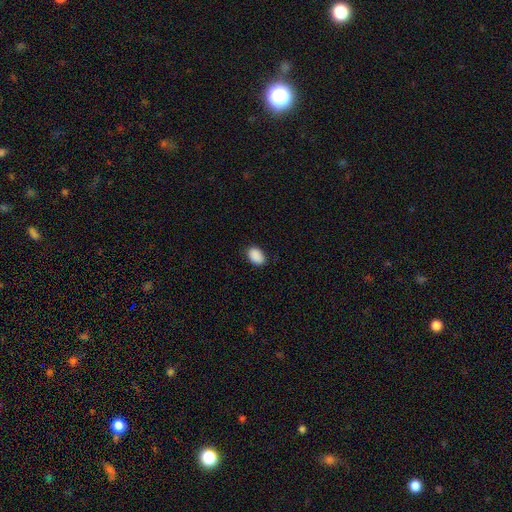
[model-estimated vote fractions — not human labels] Q: Smooth or featured?
A: smooth (90%); runner-up: star or artifact (7%)
Q: How rounded?
A: in between (84%); runner-up: round (15%)
Q: Merging?
A: none (86%); runner-up: minor disturbance (11%)